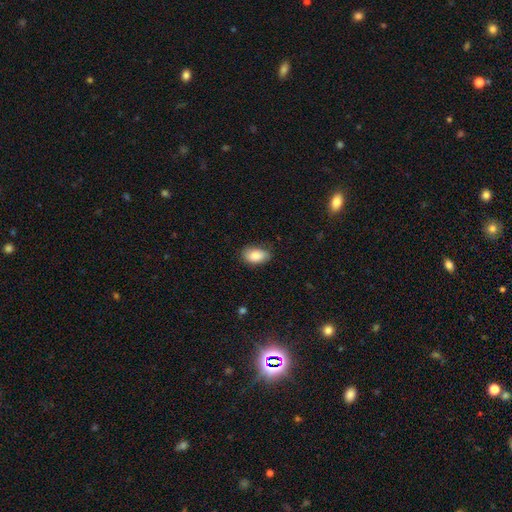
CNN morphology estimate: Smooth or featured? Predicted: smooth (p=0.87). How rounded? Predicted: in between (p=0.90). Merging? Predicted: none (p=0.80).